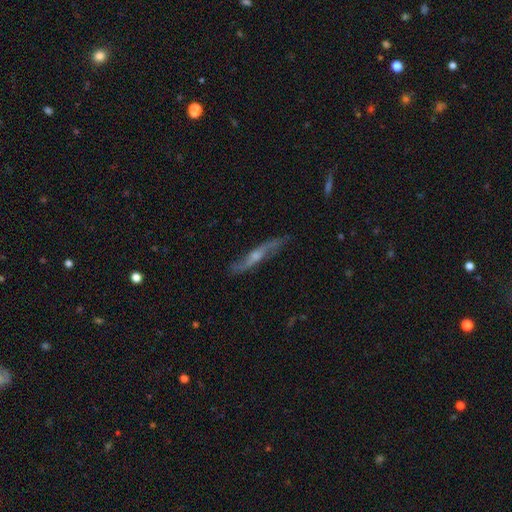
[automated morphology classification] A featured or disk galaxy (75%) viewed edge-on (54%). Merging: none (79%).